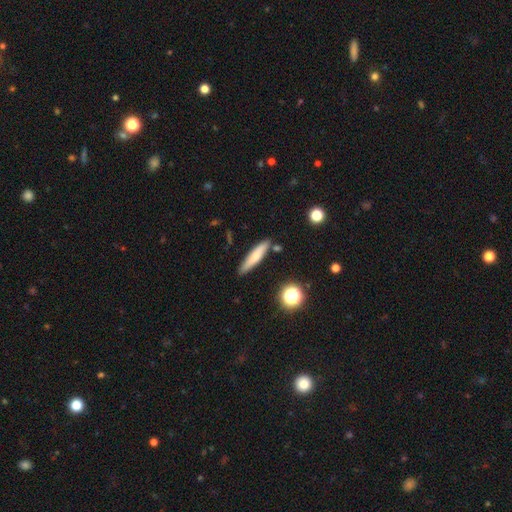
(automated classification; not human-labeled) A smooth galaxy with no disk features (70%) that is cigar-shaped (84%). Merging: none (83%).